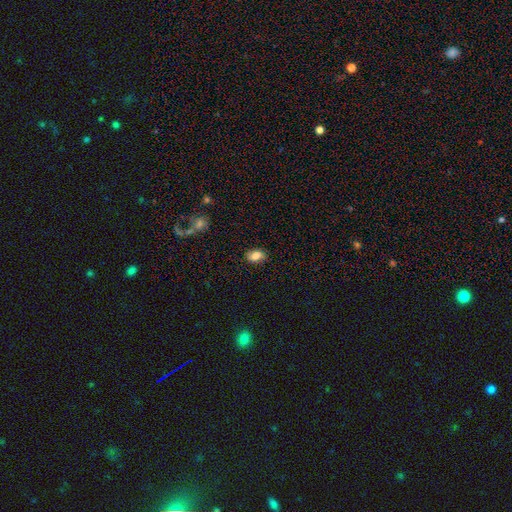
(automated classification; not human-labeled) Smooth or featured: smooth — 82% (featured or disk — 9%)
How rounded: in between — 84% (round — 13%)
Merging: none — 81% (minor disturbance — 15%)